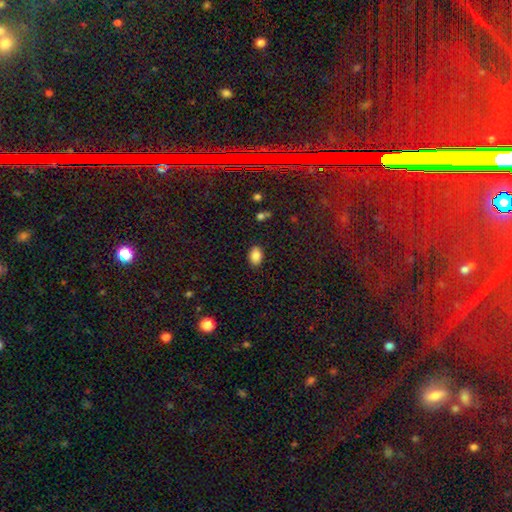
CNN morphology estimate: This appears to be a smooth galaxy with no disk features (86%) that is in between round and cigar-shaped (84%). Merging: none (87%).